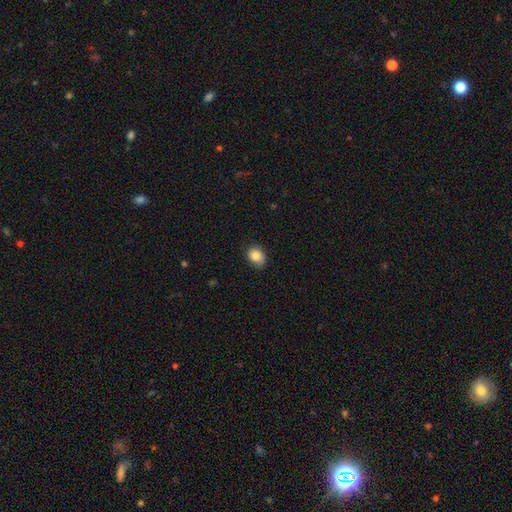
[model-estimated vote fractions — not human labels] Smooth or featured: smooth — 84% (star or artifact — 9%)
How rounded: in between — 52% (round — 47%)
Merging: none — 73% (minor disturbance — 22%)